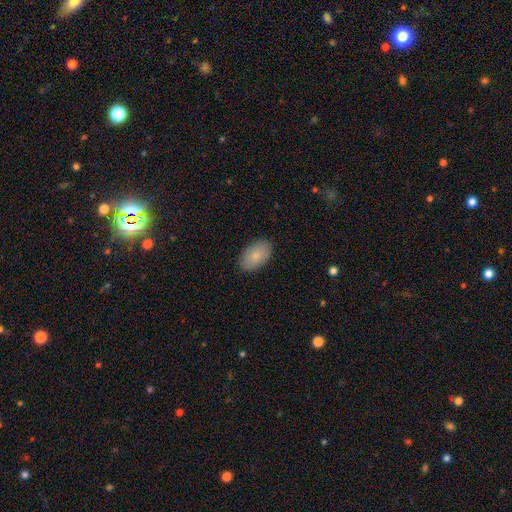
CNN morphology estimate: A smooth galaxy with no disk features (84%) that is in between round and cigar-shaped (93%).

Vote fractions:
- Smooth or featured? smooth: 84% / featured or disk: 10% / star or artifact: 7%
- How rounded? in between: 93% / round: 6% / cigar-shaped: 1%
- Merging? none: 88% / minor disturbance: 9% / major disturbance: 2% / merger: 1%